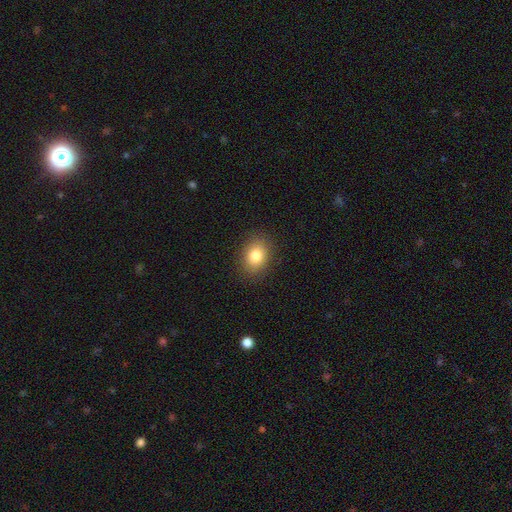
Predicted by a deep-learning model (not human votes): Smooth or featured? Predicted: smooth (p=0.83). How rounded? Predicted: in between (p=0.66). Merging? Predicted: none (p=0.88).